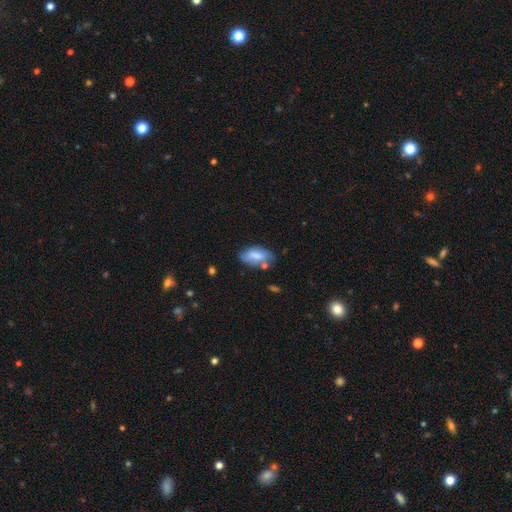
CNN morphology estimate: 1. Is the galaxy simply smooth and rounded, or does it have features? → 72% smooth, 21% featured or disk, 7% star or artifact.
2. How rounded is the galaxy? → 92% in between, 5% cigar-shaped, 3% round.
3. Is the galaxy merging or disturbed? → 60% none, 25% minor disturbance, 9% merger, 6% major disturbance.